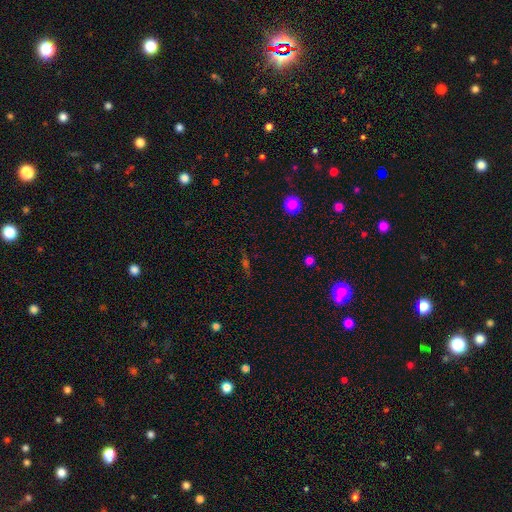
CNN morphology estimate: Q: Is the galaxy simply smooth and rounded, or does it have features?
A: smooth — 41%.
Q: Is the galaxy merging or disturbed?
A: none — 81%.